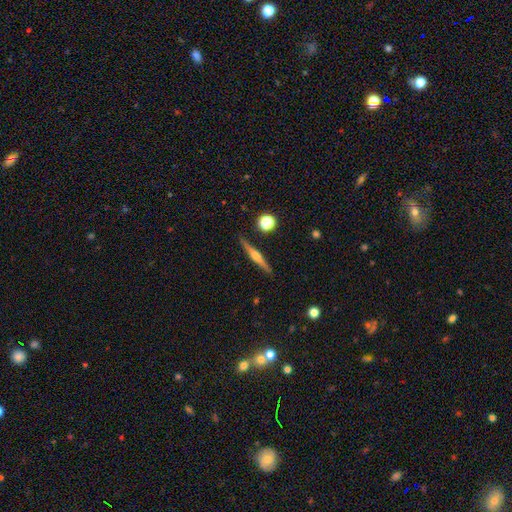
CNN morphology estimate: This appears to be a featured or disk galaxy (63%) viewed edge-on (98%) with a rounded central bulge (76%). Merging: none (89%).